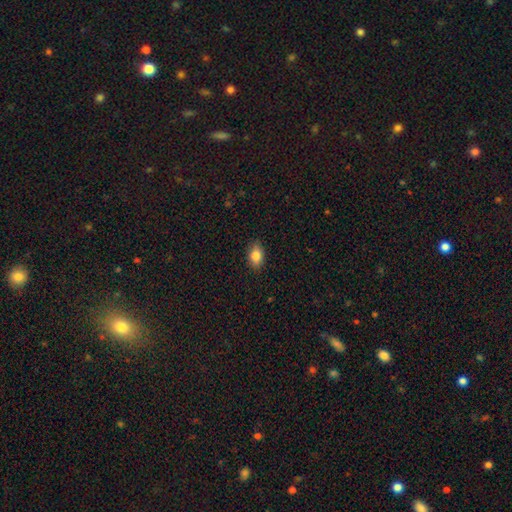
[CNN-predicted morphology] Smooth or featured?
  - smooth: 84% *
  - star or artifact: 8%
  - featured or disk: 8%
How rounded?
  - in between: 83% *
  - round: 15%
  - cigar-shaped: 2%
Merging?
  - none: 87% *
  - minor disturbance: 10%
  - major disturbance: 2%
  - merger: 1%